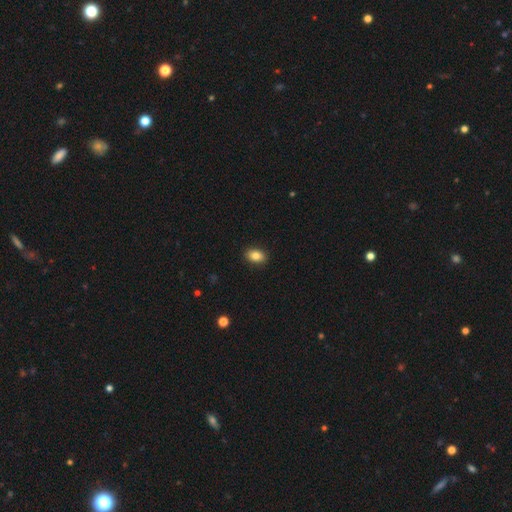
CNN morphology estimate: A smooth galaxy with no disk features (84%) that is in between round and cigar-shaped (83%). Merging: none (90%).